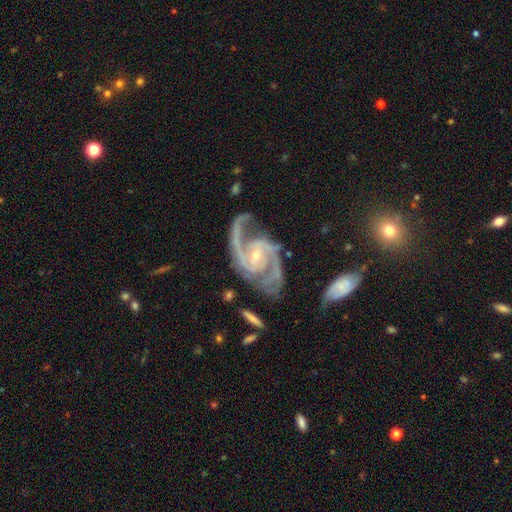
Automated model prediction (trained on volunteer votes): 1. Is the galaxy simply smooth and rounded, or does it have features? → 93% featured or disk, 4% star or artifact, 2% smooth.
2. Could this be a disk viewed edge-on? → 98% no, 2% yes.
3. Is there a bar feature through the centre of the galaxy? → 43% no, 37% weak, 21% strong.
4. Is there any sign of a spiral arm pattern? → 99% yes, 1% no.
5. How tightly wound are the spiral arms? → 58% medium, 21% tight, 21% loose.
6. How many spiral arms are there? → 77% 2, 10% 3, 4% can't tell, 3% 4, 3% 1, 3% more than 4.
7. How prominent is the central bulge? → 75% small, 21% moderate, 1% none, 1% large, 1% dominant.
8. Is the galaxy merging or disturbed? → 59% none, 21% minor disturbance, 16% major disturbance, 5% merger.